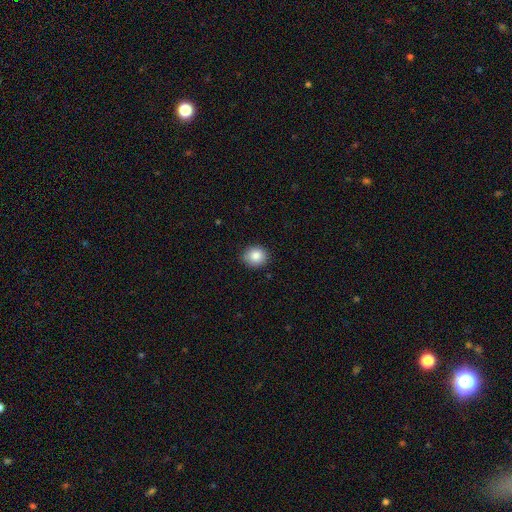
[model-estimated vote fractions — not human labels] This is clearly a smooth galaxy (85%). How rounded: likely round (80%). Merging: clearly none (87%).